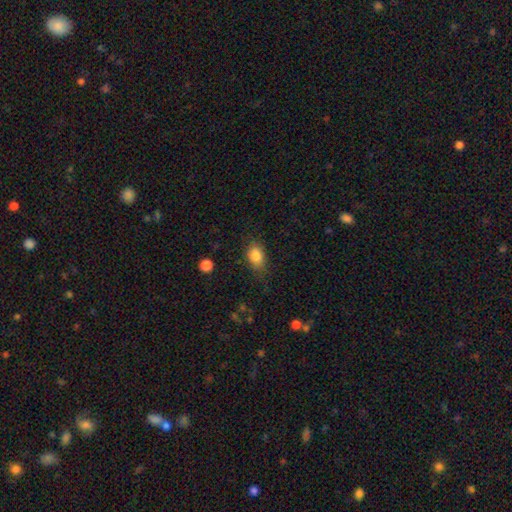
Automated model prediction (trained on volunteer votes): smooth-or-featured: smooth: 84% | star or artifact: 9% | featured or disk: 8%
  how-rounded: in between: 83% | round: 15% | cigar-shaped: 3%
  merging: none: 74% | minor disturbance: 19% | major disturbance: 5% | merger: 1%